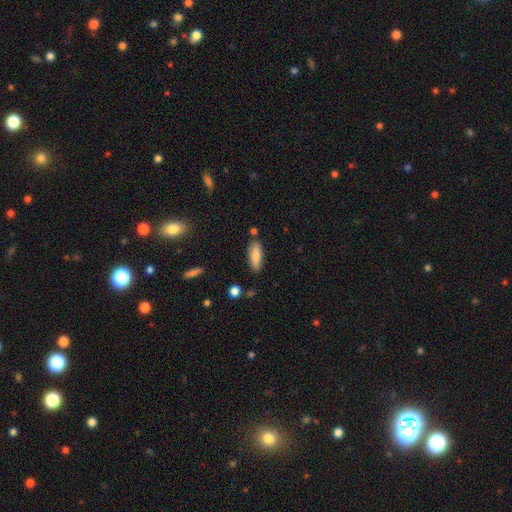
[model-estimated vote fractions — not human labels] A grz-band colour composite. It shows a smooth galaxy with no disk features (80%) that is in between round and cigar-shaped (62%). Merging: none (82%).